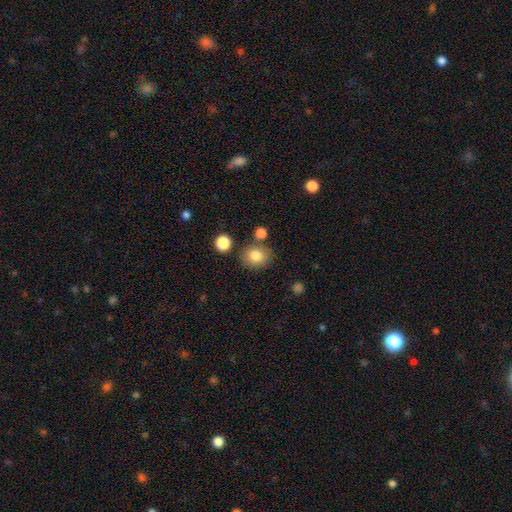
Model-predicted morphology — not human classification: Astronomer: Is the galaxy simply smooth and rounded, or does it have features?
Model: smooth — 82%.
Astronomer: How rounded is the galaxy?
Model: round — 66%.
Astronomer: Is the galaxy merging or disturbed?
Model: none — 75%.